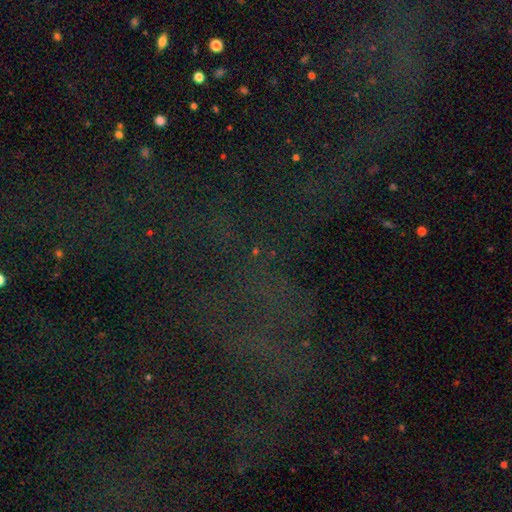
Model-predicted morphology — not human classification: smooth-or-featured: star or artifact: 73% | featured or disk: 14% | smooth: 13%